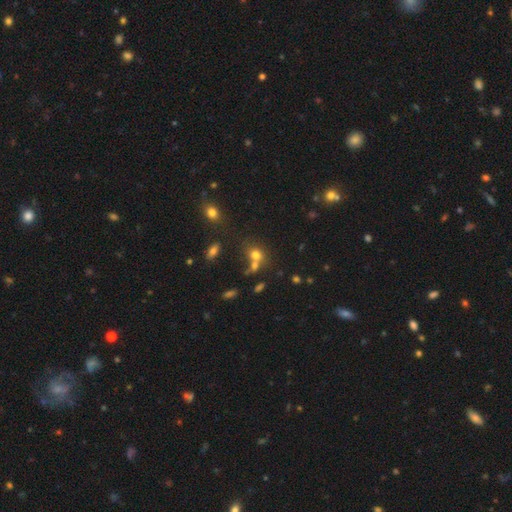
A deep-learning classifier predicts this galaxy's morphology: This appears to be a smooth galaxy with no disk features (69%) that is round (64%). Merging: none (43%).